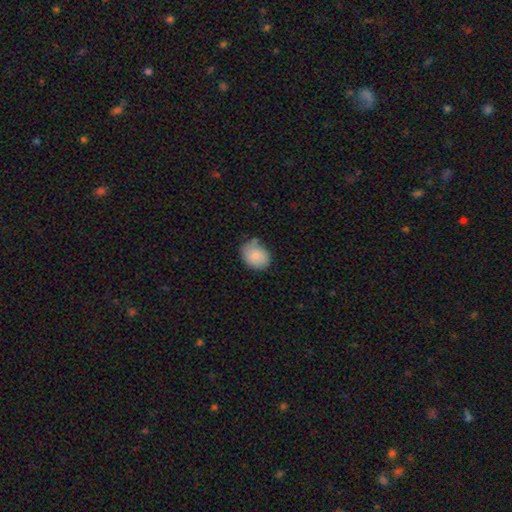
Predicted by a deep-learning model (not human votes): A smooth galaxy with no disk features (84%) that is in between round and cigar-shaped (58%). Merging: none (64%).